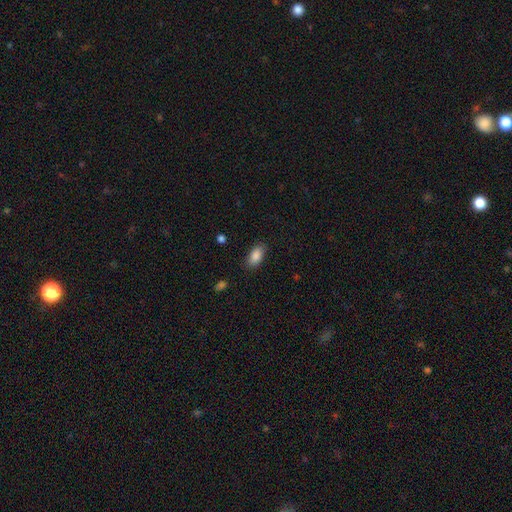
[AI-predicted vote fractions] A smooth galaxy with no disk features (88%) that is in between round and cigar-shaped (91%).

Vote fractions:
- Smooth or featured? smooth: 88% / star or artifact: 7% / featured or disk: 5%
- How rounded? in between: 91% / cigar-shaped: 5% / round: 4%
- Merging? none: 85% / minor disturbance: 11% / major disturbance: 3% / merger: 1%